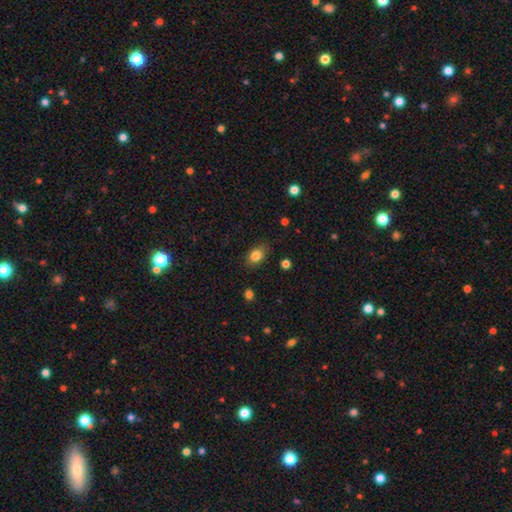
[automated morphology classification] Smooth or featured? smooth (84%)
How rounded? in between (73%)
Merging? none (81%)